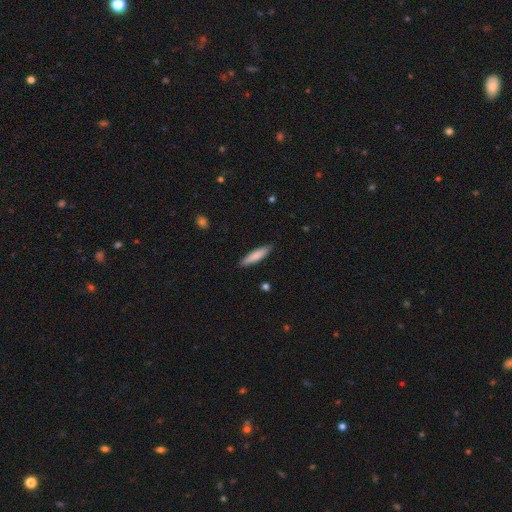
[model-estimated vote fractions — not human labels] smooth 82%, featured or disk 13%, star or artifact 6%. Down the decision tree: how rounded — cigar-shaped (80%); merging — none (88%).